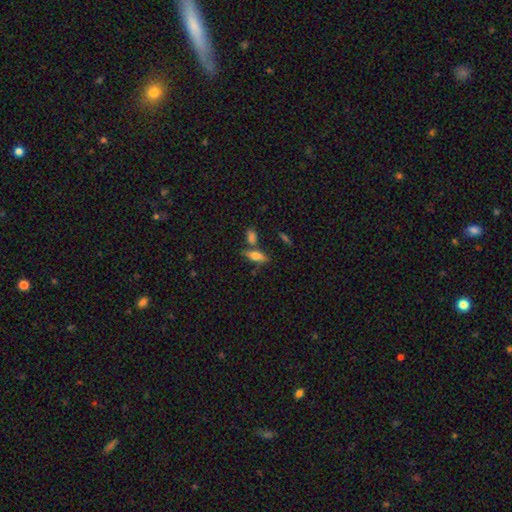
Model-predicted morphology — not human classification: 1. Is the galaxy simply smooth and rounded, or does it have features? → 71% smooth, 20% featured or disk, 9% star or artifact.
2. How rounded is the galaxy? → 64% in between, 33% cigar-shaped, 3% round.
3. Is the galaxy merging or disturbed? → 61% none, 19% merger, 15% minor disturbance, 5% major disturbance.